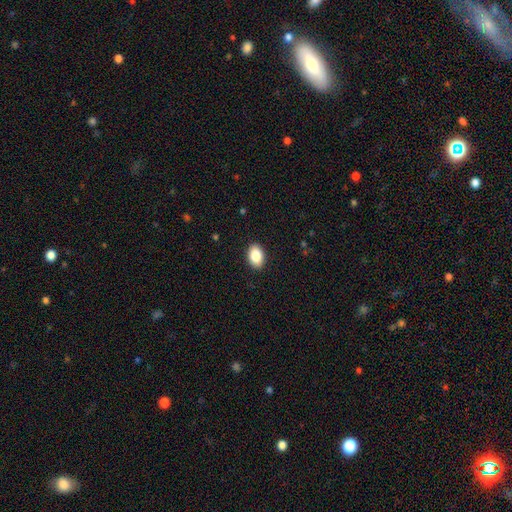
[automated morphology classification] This is clearly a smooth galaxy (86%). How rounded: clearly in between (88%). Merging: clearly none (90%).